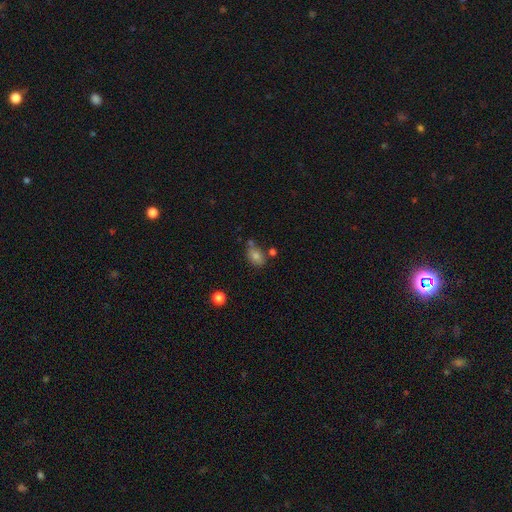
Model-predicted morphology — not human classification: This appears to be a smooth galaxy with no disk features (75%) that is in between round and cigar-shaped (78%). Merging: none (63%).